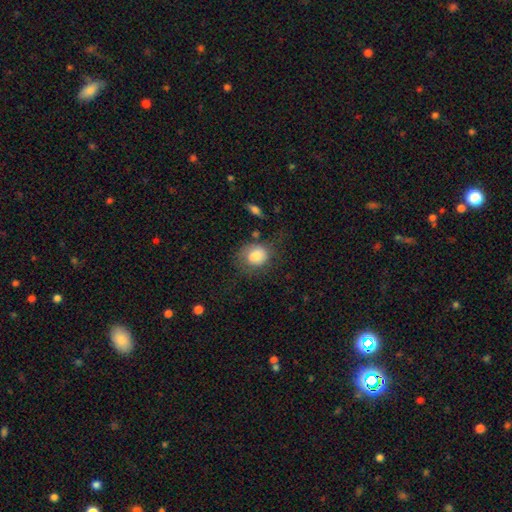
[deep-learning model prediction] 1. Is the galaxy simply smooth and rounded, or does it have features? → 81% smooth, 11% featured or disk, 8% star or artifact.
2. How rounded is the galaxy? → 65% round, 34% in between, 1% cigar-shaped.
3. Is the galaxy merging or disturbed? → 54% none, 26% minor disturbance, 17% major disturbance, 4% merger.